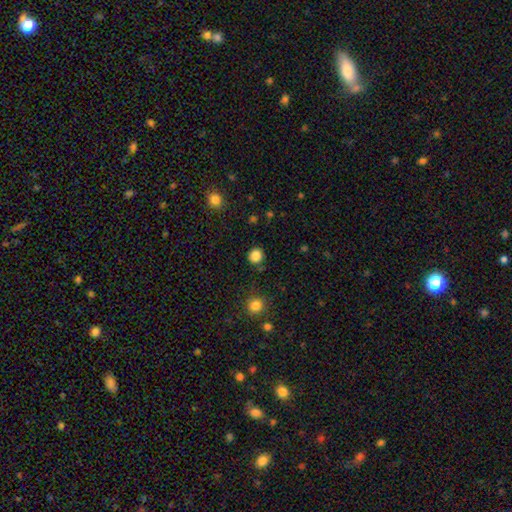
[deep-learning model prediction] A smooth galaxy with no disk features (85%) that is round (90%). Merging: none (88%).